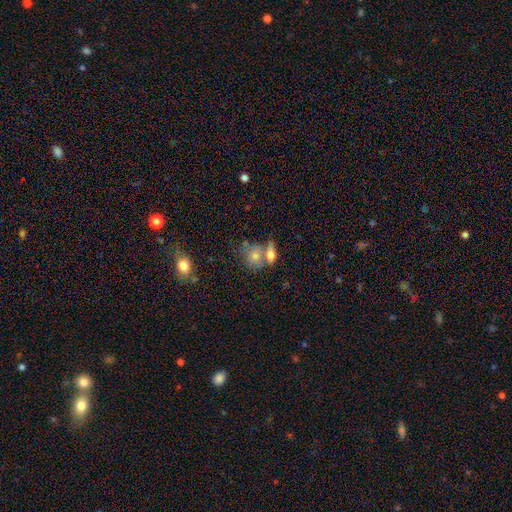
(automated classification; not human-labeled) The model was most divided on "merging": none: 46%, merger: 37%, minor disturbance: 12%, major disturbance: 6%. More confident: smooth or featured — smooth (60%); how rounded — round (52%).